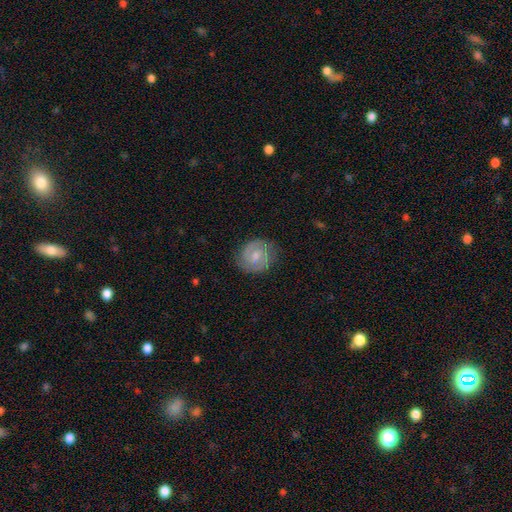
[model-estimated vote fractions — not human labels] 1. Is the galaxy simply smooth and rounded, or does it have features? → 75% featured or disk, 20% smooth, 6% star or artifact.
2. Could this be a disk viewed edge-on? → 98% no, 2% yes.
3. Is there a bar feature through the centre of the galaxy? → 53% weak, 38% no, 10% strong.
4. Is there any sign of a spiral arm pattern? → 94% yes, 6% no.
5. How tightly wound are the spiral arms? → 54% tight, 38% medium, 8% loose.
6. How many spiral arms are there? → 85% 2, 8% can't tell, 3% 3, 2% 1, 1% 4, 1% more than 4.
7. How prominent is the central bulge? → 47% moderate, 42% small, 7% none, 3% large, 1% dominant.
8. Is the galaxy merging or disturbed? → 80% none, 15% minor disturbance, 4% major disturbance, 1% merger.